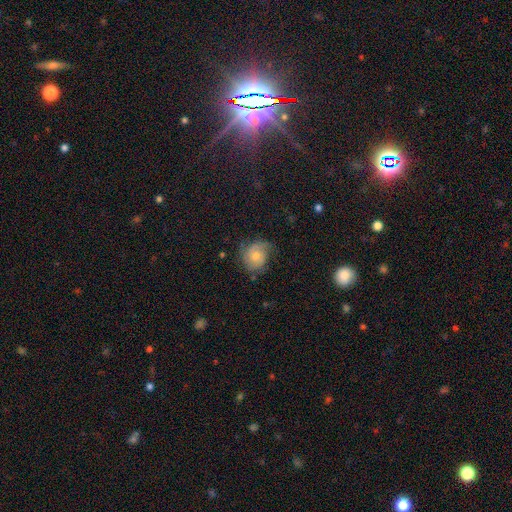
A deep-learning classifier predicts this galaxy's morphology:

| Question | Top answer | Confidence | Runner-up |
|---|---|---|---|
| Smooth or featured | featured or disk | 55% | smooth (37%) |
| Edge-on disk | no | 97% | yes (3%) |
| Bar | no | 76% | weak (21%) |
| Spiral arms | yes | 87% | no (13%) |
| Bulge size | moderate | 57% | small (34%) |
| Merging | none | 60% | minor disturbance (27%) |